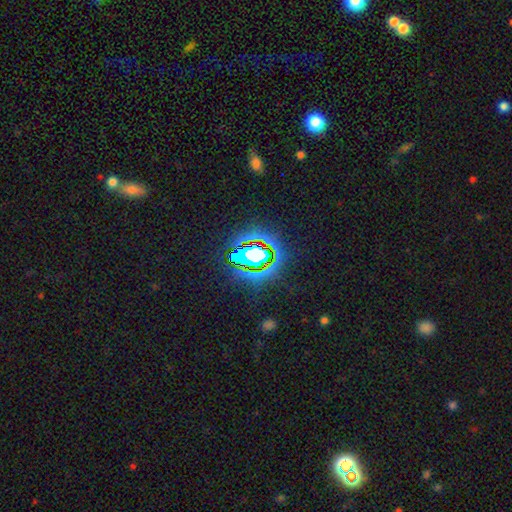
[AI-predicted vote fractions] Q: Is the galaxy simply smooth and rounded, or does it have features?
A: star or artifact — 65%.